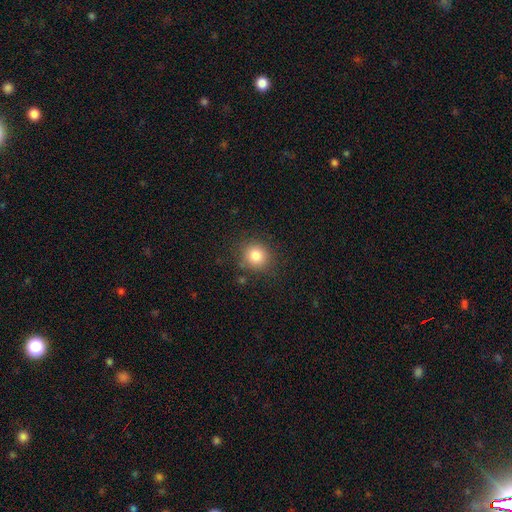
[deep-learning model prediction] This is clearly a smooth galaxy (82%). How rounded: clearly round (89%). Merging: clearly none (84%).